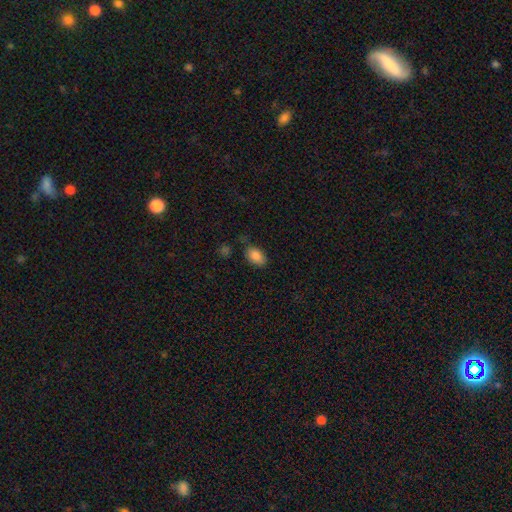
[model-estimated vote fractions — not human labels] This is clearly a smooth galaxy (85%). How rounded: clearly in between (88%). Merging: likely none (71%).